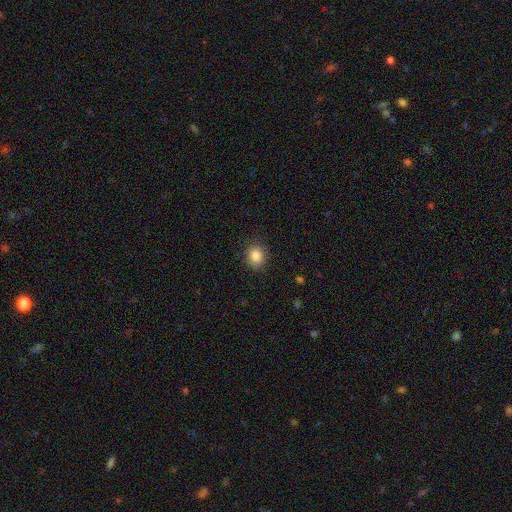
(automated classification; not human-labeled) This appears to be a smooth galaxy with no disk features (85%) that is round (71%). Merging: none (87%).